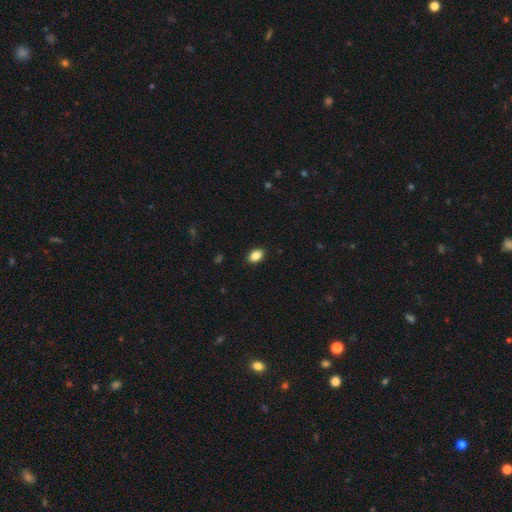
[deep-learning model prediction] A smooth galaxy with no disk features (87%) that is in between round and cigar-shaped (85%).

Vote fractions:
- Smooth or featured? smooth: 87% / star or artifact: 9% / featured or disk: 5%
- How rounded? in between: 85% / round: 13% / cigar-shaped: 1%
- Merging? none: 90% / minor disturbance: 7% / major disturbance: 2% / merger: 1%